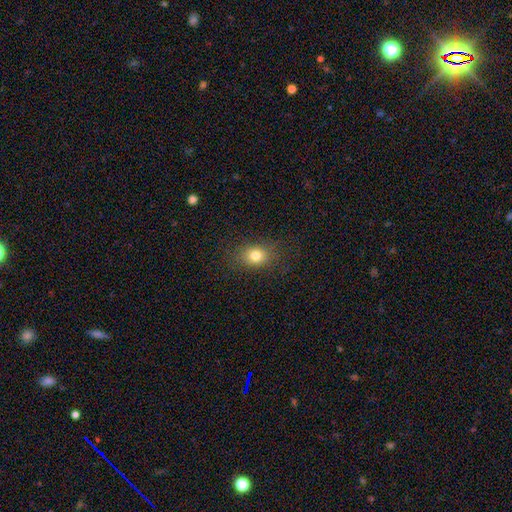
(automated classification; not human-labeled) Smooth or featured? smooth (79%)
How rounded? in between (56%)
Merging? none (83%)